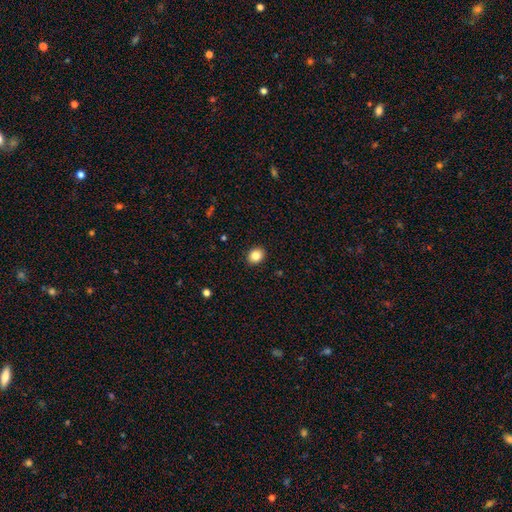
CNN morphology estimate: Smooth or featured? Predicted: smooth (p=0.84). How rounded? Predicted: round (p=0.61). Merging? Predicted: none (p=0.92).